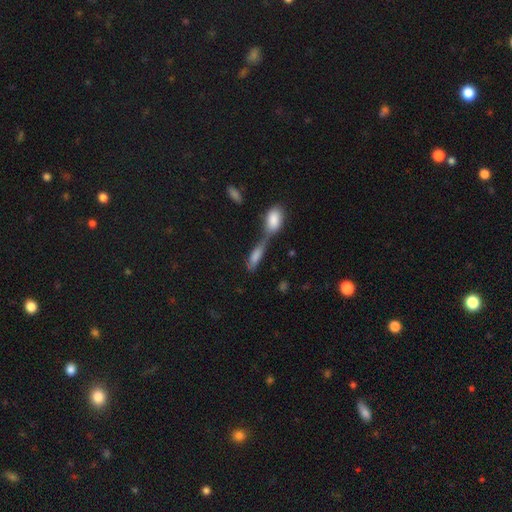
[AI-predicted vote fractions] A smooth galaxy with no disk features (68%) that is in between round and cigar-shaped (55%). Merging: merger (65%).